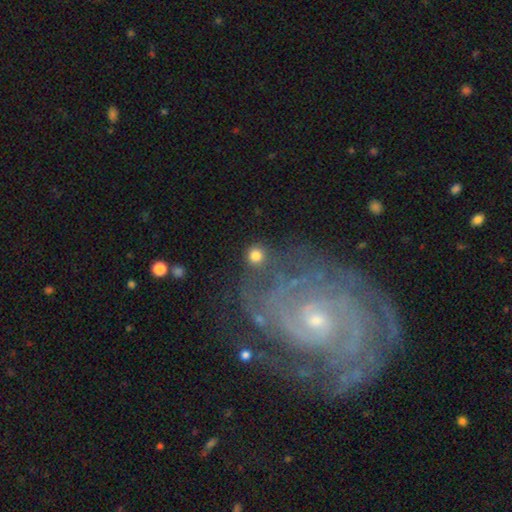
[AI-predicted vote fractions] A smooth galaxy with no disk features (78%) that is round (91%).

Vote fractions:
- Smooth or featured? smooth: 78% / featured or disk: 11% / star or artifact: 11%
- How rounded? round: 91% / in between: 7% / cigar-shaped: 1%
- Merging? none: 77% / minor disturbance: 9% / merger: 7% / major disturbance: 6%